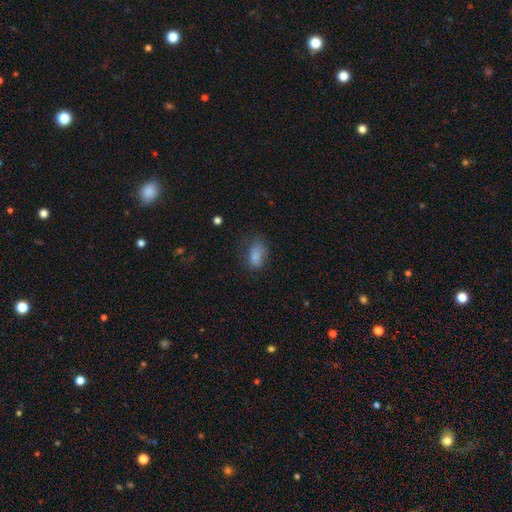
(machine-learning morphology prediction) smooth_or_featured: smooth (p=0.80) [alt: star or artifact p=0.11]
how_rounded: in between (p=0.87) [alt: round p=0.10]
merging: none (p=0.48) [alt: minor disturbance p=0.30]